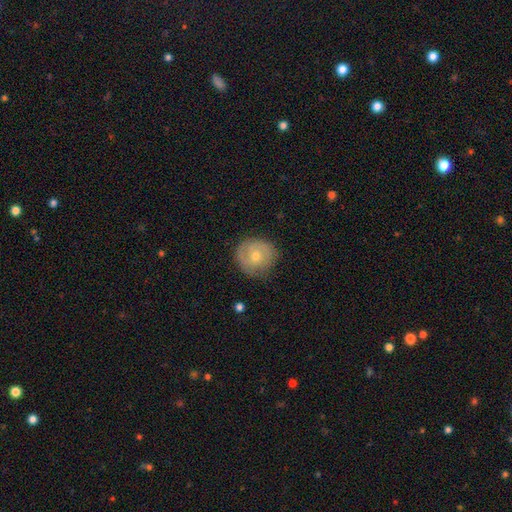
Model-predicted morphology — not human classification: Overall: smooth (47%; featured or disk 45%). Merging: none (79%).